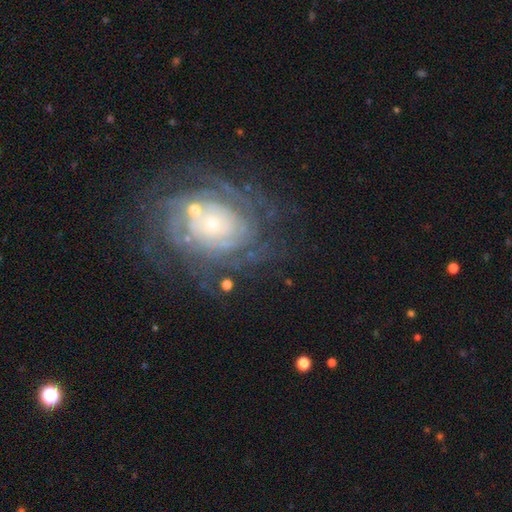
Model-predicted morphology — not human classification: Smooth or featured?
  - featured or disk: 79% *
  - smooth: 11%
  - star or artifact: 10%
Edge-on disk?
  - no: 97% *
  - yes: 3%
Bar?
  - no: 79% *
  - weak: 16%
  - strong: 5%
Spiral arms?
  - yes: 90% *
  - no: 10%
Spiral winding?
  - tight: 75% *
  - medium: 19%
  - loose: 6%
Spiral arm count?
  - can't tell: 44% *
  - more than 4: 17%
  - 4: 12%
  - 2: 11%
  - 3: 10%
  - 1: 7%
Bulge size?
  - small: 71% *
  - moderate: 19%
  - large: 5%
  - none: 4%
  - dominant: 2%
Merging?
  - none: 70% *
  - minor disturbance: 15%
  - major disturbance: 10%
  - merger: 5%